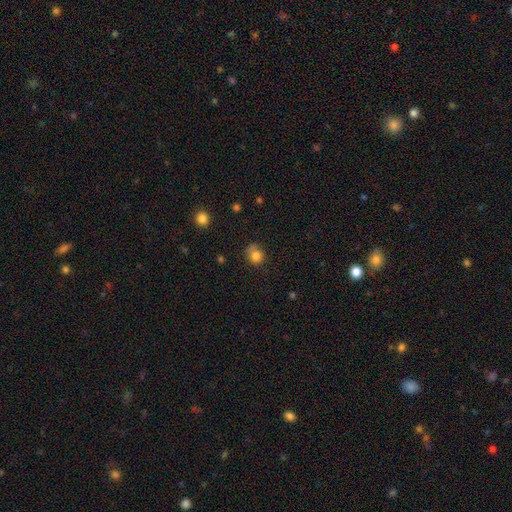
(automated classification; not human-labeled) Morphology: type=smooth (82%); roundness=round (76%); merging=none (56%).